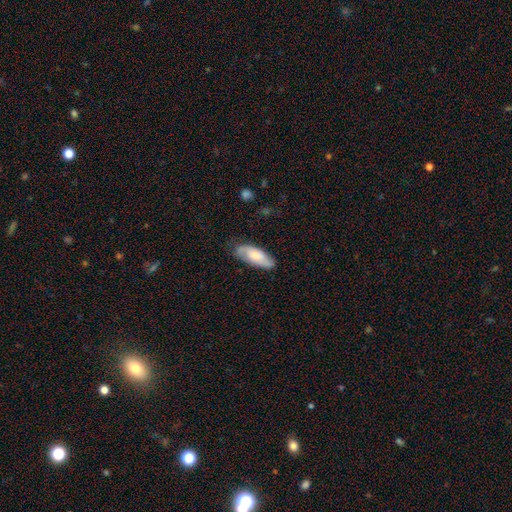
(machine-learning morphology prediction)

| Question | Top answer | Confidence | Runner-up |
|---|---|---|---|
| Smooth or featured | smooth | 60% | featured or disk (34%) |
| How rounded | in between | 75% | cigar-shaped (23%) |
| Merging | none | 72% | minor disturbance (21%) |